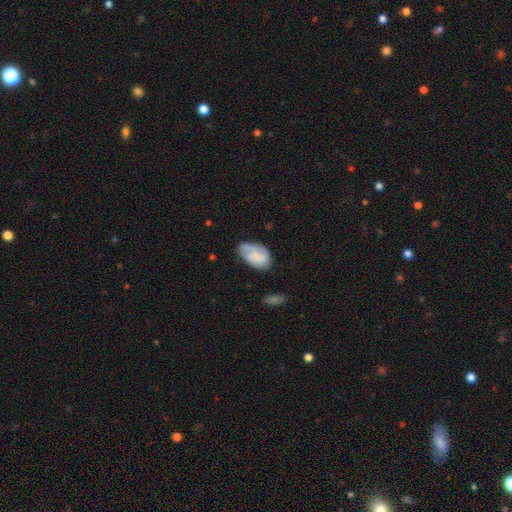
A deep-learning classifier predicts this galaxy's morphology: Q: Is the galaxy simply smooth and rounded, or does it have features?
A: smooth — 57%.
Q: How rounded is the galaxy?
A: in between — 91%.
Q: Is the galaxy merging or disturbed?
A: none — 58%.